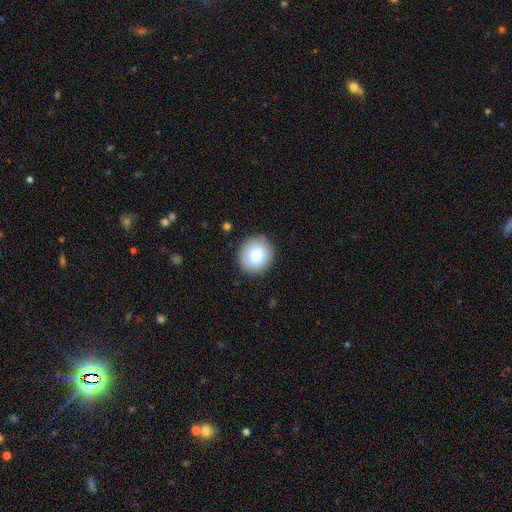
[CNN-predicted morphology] type=smooth (78%); roundness=round (91%); merging=none (90%).